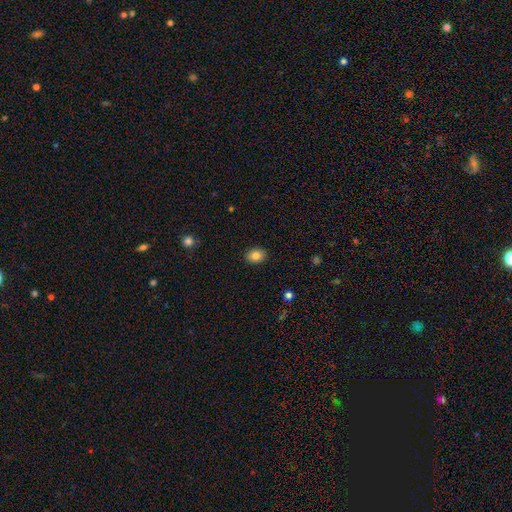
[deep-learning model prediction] smooth-or-featured: smooth: 84% | star or artifact: 9% | featured or disk: 7%
  how-rounded: in between: 61% | round: 38% | cigar-shaped: 1%
  merging: none: 90% | minor disturbance: 7% | major disturbance: 2% | merger: 1%